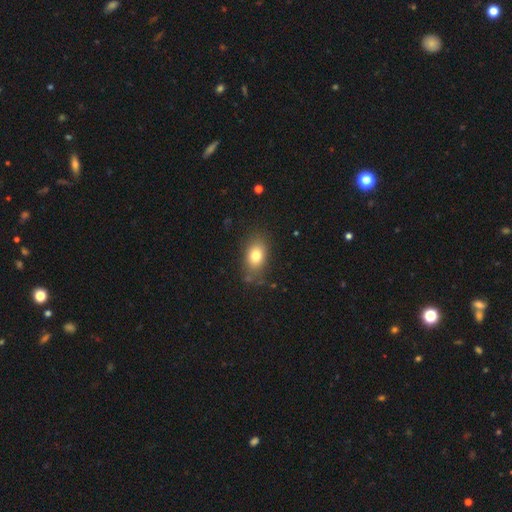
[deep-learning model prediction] Smooth or featured?
  - smooth: 79% *
  - featured or disk: 12%
  - star or artifact: 10%
How rounded?
  - in between: 81% *
  - round: 16%
  - cigar-shaped: 2%
Merging?
  - none: 78% *
  - minor disturbance: 15%
  - major disturbance: 4%
  - merger: 2%